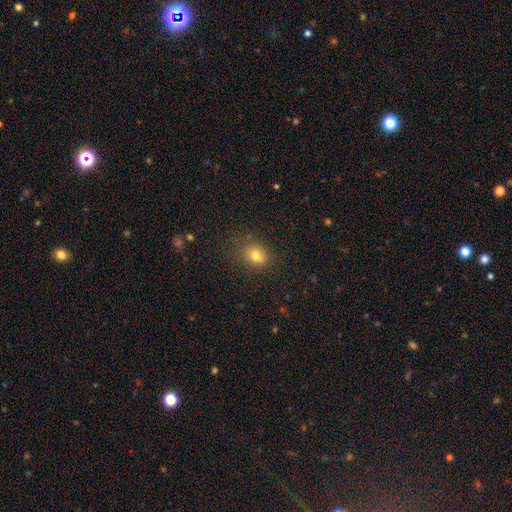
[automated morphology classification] Smooth or featured? Predicted: smooth (p=0.75). How rounded? Predicted: round (p=0.62). Merging? Predicted: none (p=0.69).